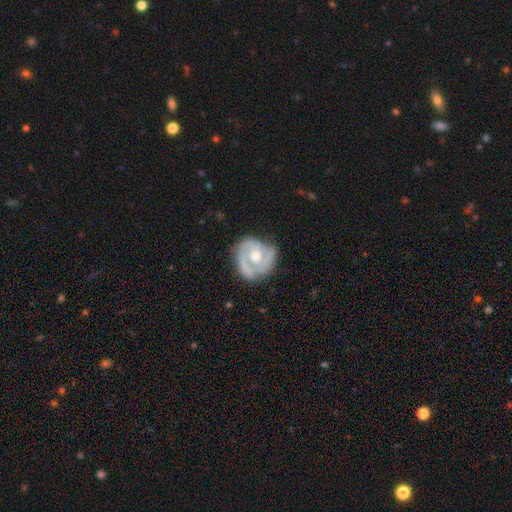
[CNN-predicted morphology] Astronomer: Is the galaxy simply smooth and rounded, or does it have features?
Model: featured or disk — 76%.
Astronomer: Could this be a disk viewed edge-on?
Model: no — 98%.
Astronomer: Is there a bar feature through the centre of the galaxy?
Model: no — 73%.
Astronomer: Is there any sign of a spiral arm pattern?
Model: yes — 84%.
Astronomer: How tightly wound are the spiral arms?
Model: tight — 52% (runner-up: medium, 36%).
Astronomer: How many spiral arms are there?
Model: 2 — 45% (runner-up: can't tell, 20%).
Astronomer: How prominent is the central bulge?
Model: moderate — 65%.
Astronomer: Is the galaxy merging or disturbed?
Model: none — 62%.